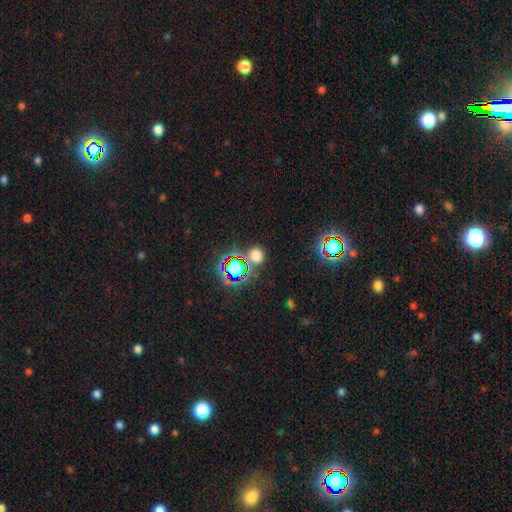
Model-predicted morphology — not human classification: Smooth or featured?
  - smooth: 54% *
  - star or artifact: 40%
  - featured or disk: 6%
How rounded?
  - round: 80% *
  - in between: 18%
  - cigar-shaped: 1%
Merging?
  - none: 75% *
  - merger: 10%
  - minor disturbance: 10%
  - major disturbance: 5%